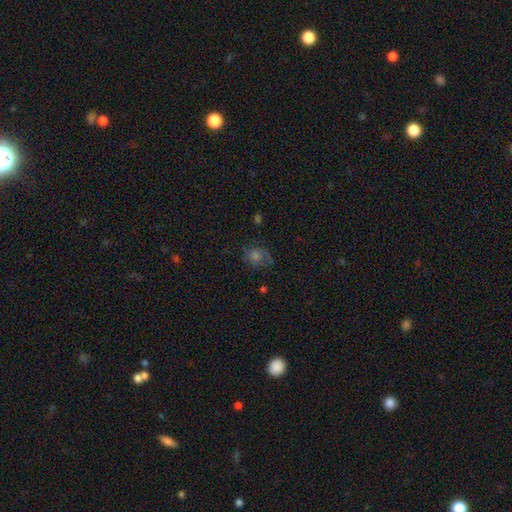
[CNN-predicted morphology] smooth 50%, star or artifact 25%, featured or disk 24%. Down the decision tree: how rounded — round (70%); merging — none (66%).